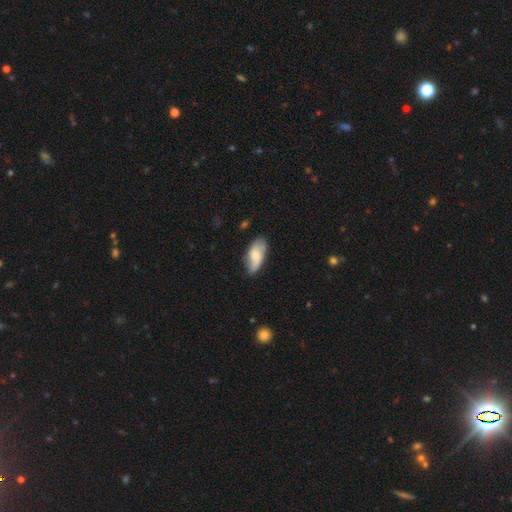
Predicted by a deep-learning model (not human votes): Overall: smooth (68%). How rounded: in between (89%). Merging: none (65%; minor disturbance 27%).